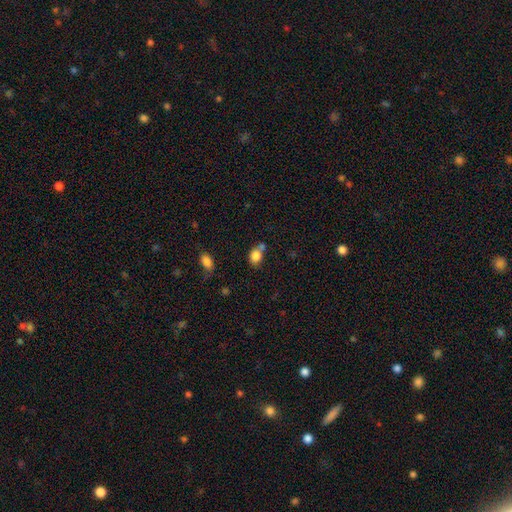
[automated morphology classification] This appears to be a smooth galaxy with no disk features (82%) that is round (49%, tied with in between). Merging: none (45%).